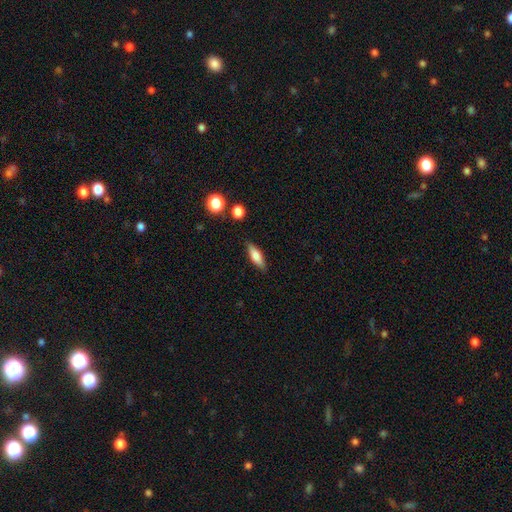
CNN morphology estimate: A smooth galaxy with no disk features (69%) that is in between round and cigar-shaped (53%). Merging: none (83%).